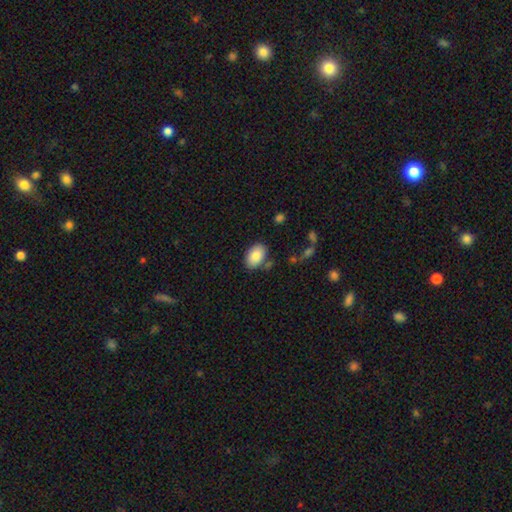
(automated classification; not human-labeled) Smooth or featured: smooth — 85% (featured or disk — 9%)
How rounded: in between — 89% (round — 10%)
Merging: none — 80% (minor disturbance — 13%)